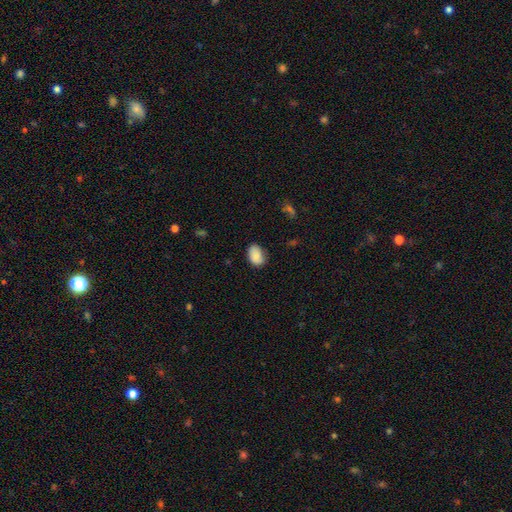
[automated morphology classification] A smooth galaxy with no disk features (85%) that is in between round and cigar-shaped (83%). Merging: none (73%).